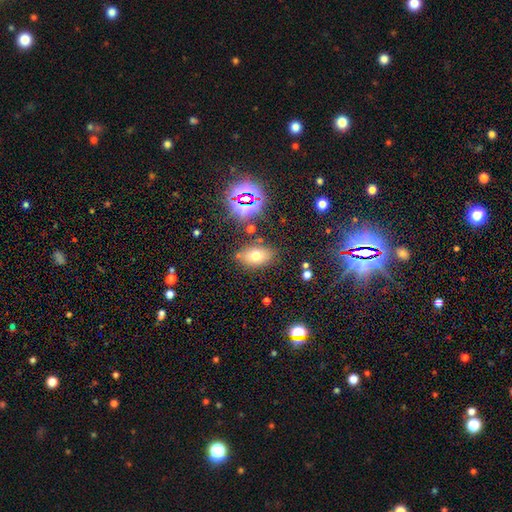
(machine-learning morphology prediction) smooth-or-featured: smooth: 66% | star or artifact: 19% | featured or disk: 15%
  how-rounded: in between: 83% | round: 15% | cigar-shaped: 2%
  merging: none: 78% | minor disturbance: 12% | merger: 5% | major disturbance: 4%